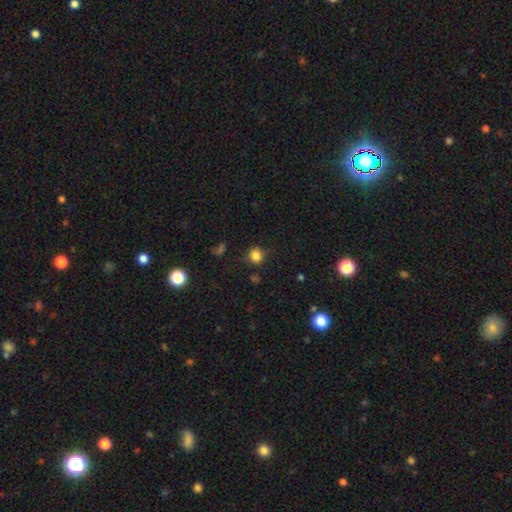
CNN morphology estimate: This appears to be a smooth galaxy with no disk features (82%) that is round (87%). Merging: none (83%).